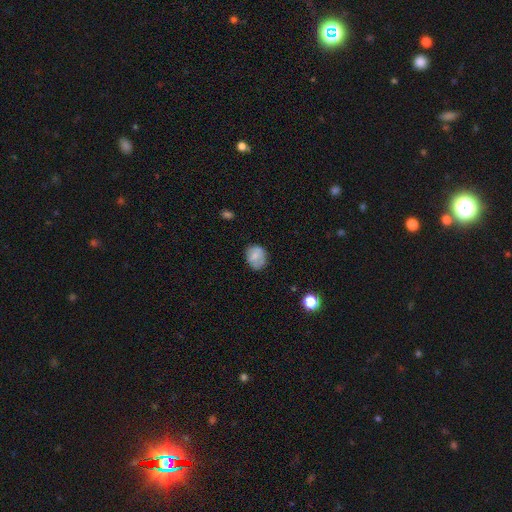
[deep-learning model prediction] This is likely a smooth galaxy (71%). How rounded: possibly round (54%). Merging: likely none (69%).